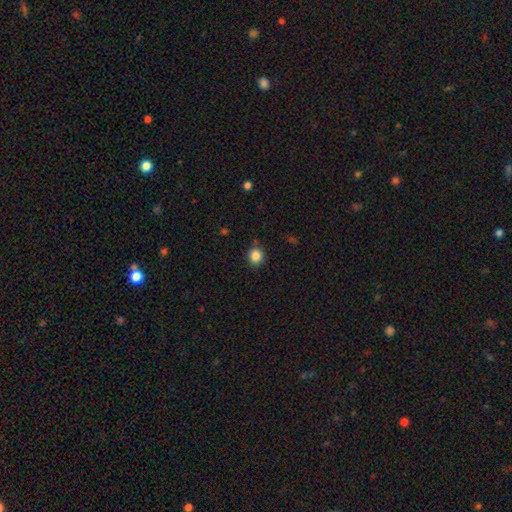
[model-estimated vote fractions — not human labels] Q: Smooth or featured?
A: smooth (86%); runner-up: star or artifact (10%)
Q: How rounded?
A: round (86%); runner-up: in between (13%)
Q: Merging?
A: none (87%); runner-up: minor disturbance (8%)